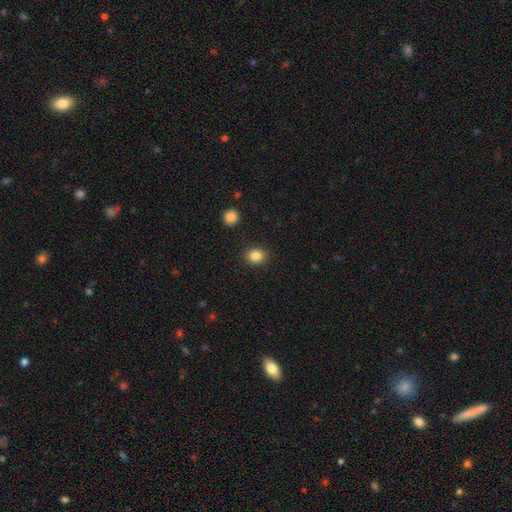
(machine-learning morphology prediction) The model was most divided on "how rounded": round: 59%, in between: 40%, cigar-shaped: 1%. More confident: merging — none (89%); smooth or featured — smooth (85%).